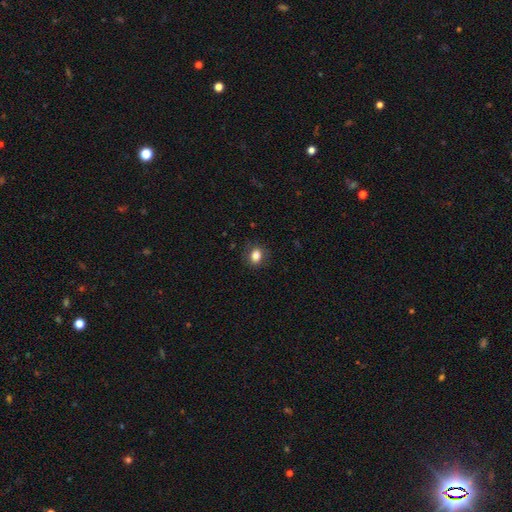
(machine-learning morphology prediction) Q: Smooth or featured?
A: smooth (83%); runner-up: star or artifact (10%)
Q: How rounded?
A: in between (50%); runner-up: round (49%)
Q: Merging?
A: none (85%); runner-up: minor disturbance (11%)